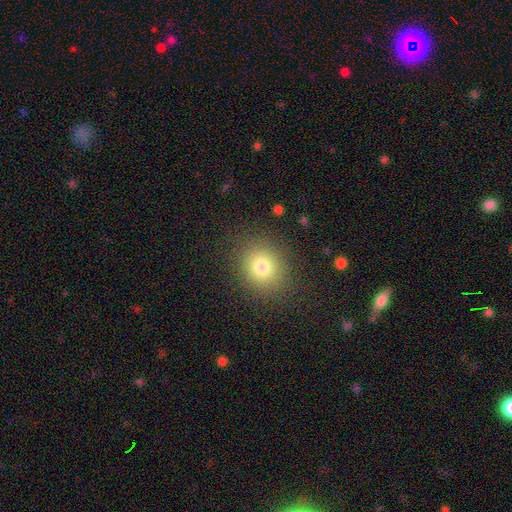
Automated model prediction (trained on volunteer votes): smooth 72%, star or artifact 21%, featured or disk 6%. Down the decision tree: how rounded — round (75%); merging — none (90%).